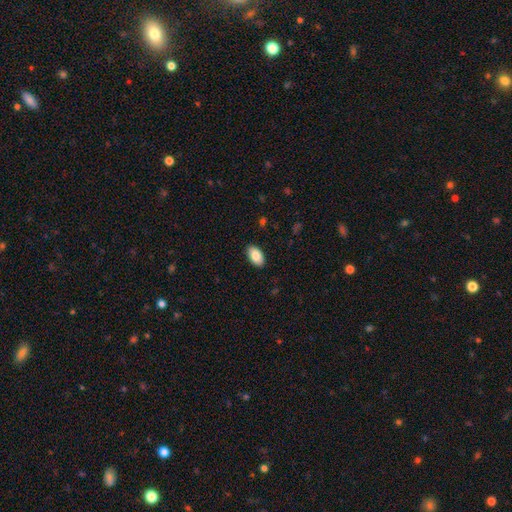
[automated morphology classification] type=smooth (85%); roundness=in between (94%); merging=none (88%).